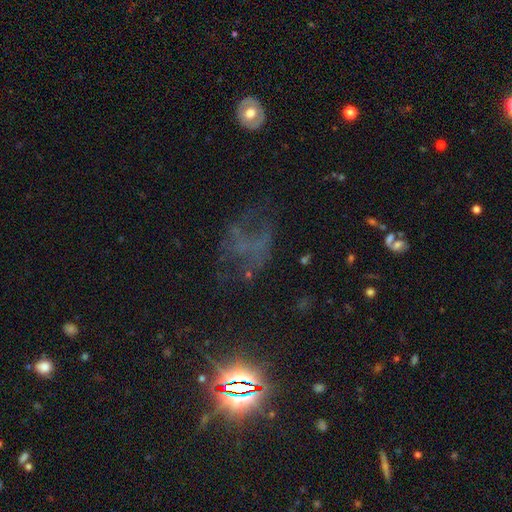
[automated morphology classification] type=star or artifact (43%).